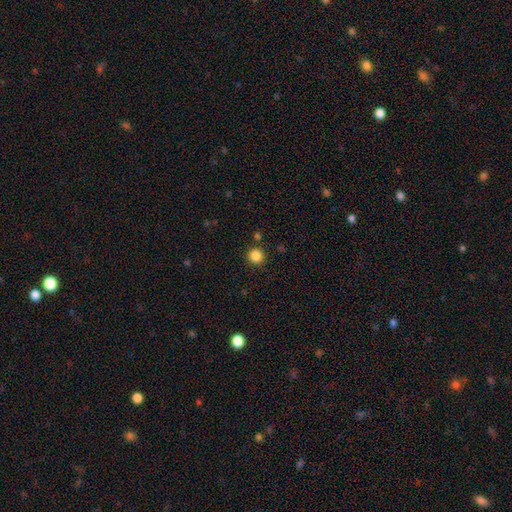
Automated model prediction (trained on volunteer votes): A smooth galaxy with no disk features (85%) that is round (94%). Merging: none (88%).